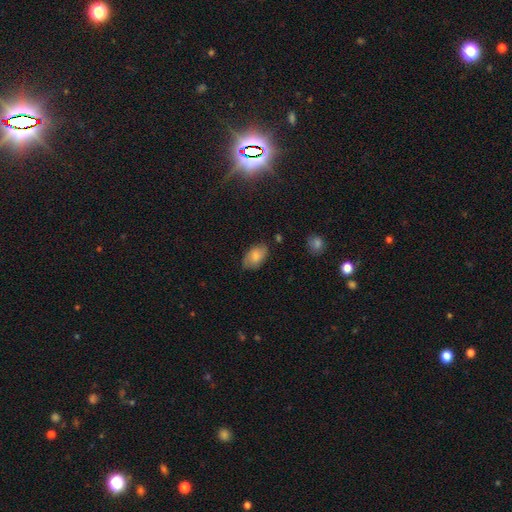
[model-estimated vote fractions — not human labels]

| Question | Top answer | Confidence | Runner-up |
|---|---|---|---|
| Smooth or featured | smooth | 78% | featured or disk (15%) |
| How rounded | in between | 92% | round (7%) |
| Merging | none | 76% | minor disturbance (19%) |